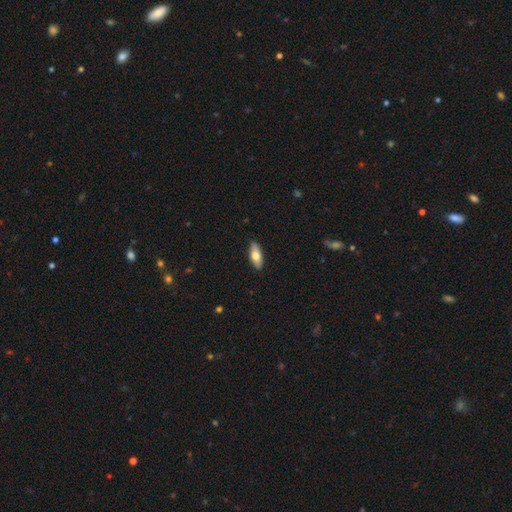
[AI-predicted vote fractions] Q: Smooth or featured?
A: smooth (66%); runner-up: featured or disk (28%)
Q: How rounded?
A: in between (73%); runner-up: cigar-shaped (25%)
Q: Merging?
A: none (89%); runner-up: minor disturbance (9%)